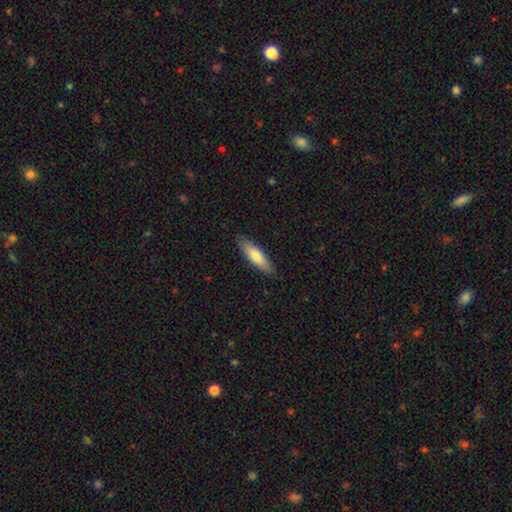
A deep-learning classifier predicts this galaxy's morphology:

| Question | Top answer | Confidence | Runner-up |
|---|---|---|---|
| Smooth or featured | smooth | 74% | featured or disk (20%) |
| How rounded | cigar-shaped | 56% | in between (43%) |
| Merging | none | 86% | minor disturbance (11%) |